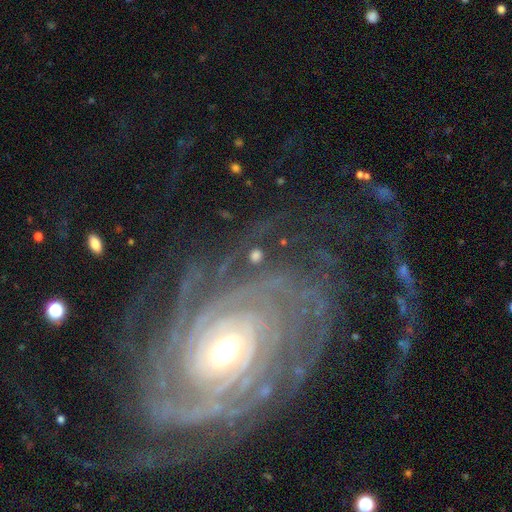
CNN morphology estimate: Smooth or featured? star or artifact (40%)